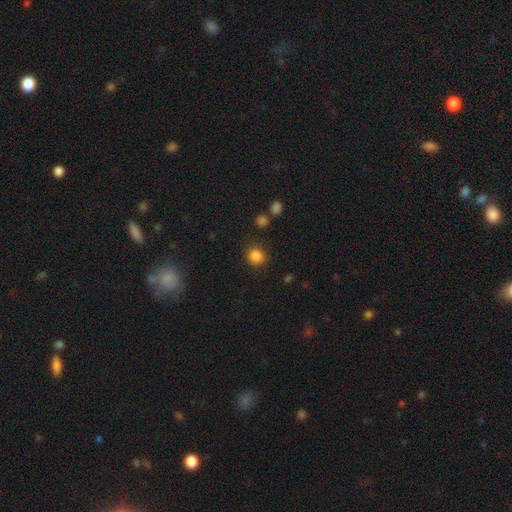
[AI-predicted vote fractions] A smooth galaxy with no disk features (85%) that is round (86%). Merging: none (86%).